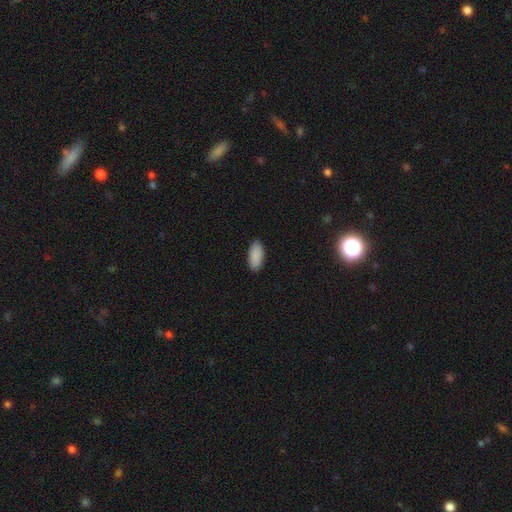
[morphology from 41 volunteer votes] smooth-or-featured: smooth: 95% | featured or disk: 2% | star or artifact: 2%
  how-rounded: in between: 90% | cigar-shaped: 8% | round: 3%
  merging: none: 98% | minor disturbance: 2% | major disturbance: 0% | merger: 0%